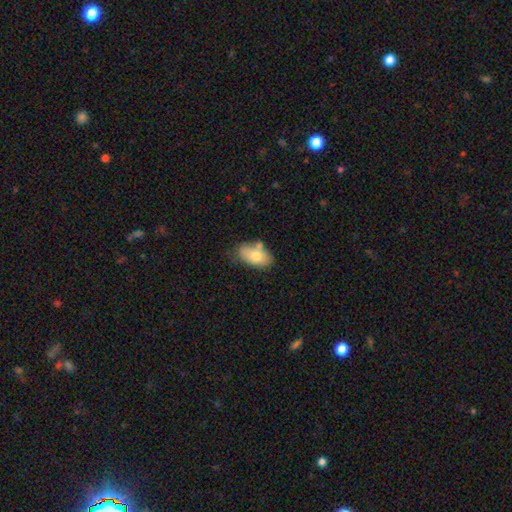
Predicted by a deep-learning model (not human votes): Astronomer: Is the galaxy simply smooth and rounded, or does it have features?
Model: smooth — 75%.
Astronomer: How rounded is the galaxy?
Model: in between — 92%.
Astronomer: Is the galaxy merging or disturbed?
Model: none — 59%.